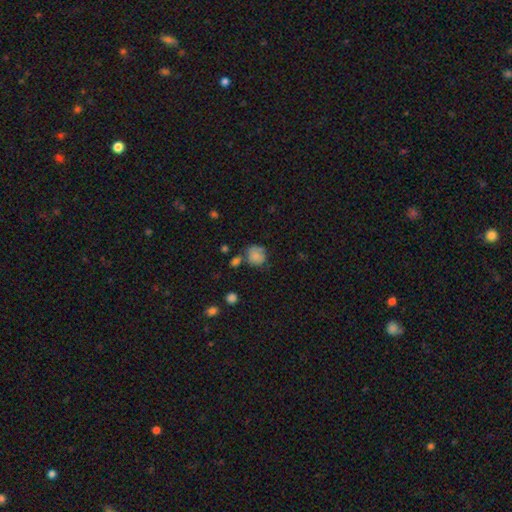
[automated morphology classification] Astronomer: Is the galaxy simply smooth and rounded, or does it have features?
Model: smooth — 72%.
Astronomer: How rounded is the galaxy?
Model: round — 71%.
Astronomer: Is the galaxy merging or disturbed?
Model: none — 47% (runner-up: minor disturbance, 26%).